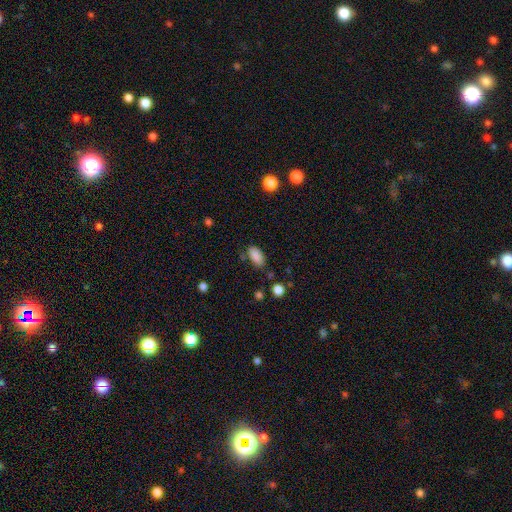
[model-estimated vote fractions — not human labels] Smooth or featured?
  - smooth: 87% *
  - star or artifact: 9%
  - featured or disk: 4%
How rounded?
  - in between: 93% *
  - round: 4%
  - cigar-shaped: 3%
Merging?
  - none: 73% *
  - minor disturbance: 19%
  - major disturbance: 5%
  - merger: 4%